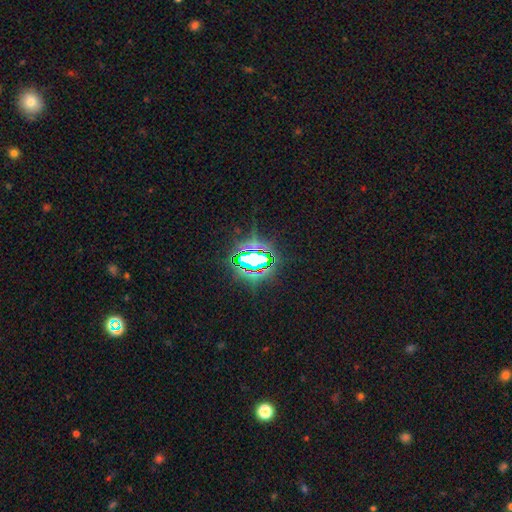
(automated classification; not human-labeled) Smooth or featured? Predicted: star or artifact (p=0.81).